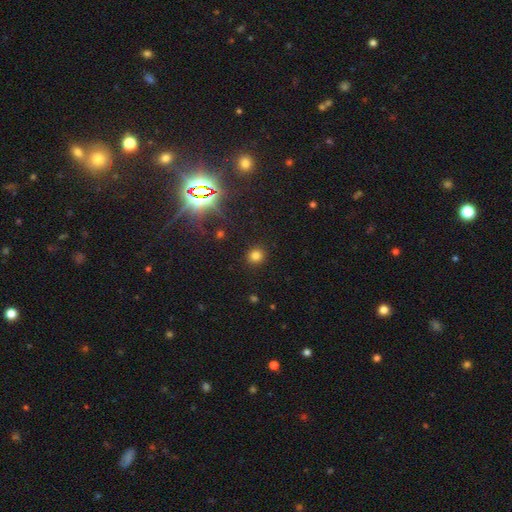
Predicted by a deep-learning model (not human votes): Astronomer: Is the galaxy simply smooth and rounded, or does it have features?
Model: smooth — 76%.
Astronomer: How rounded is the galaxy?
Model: round — 89%.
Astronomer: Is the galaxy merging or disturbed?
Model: none — 90%.